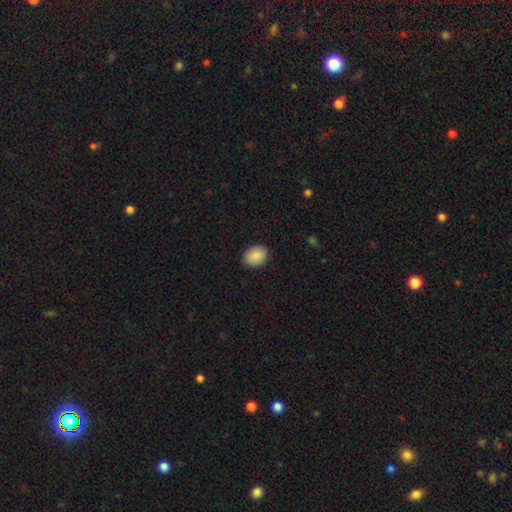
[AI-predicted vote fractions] The model was most divided on "how rounded": in between: 64%, round: 35%, cigar-shaped: 1%. More confident: smooth or featured — smooth (89%); merging — none (88%).